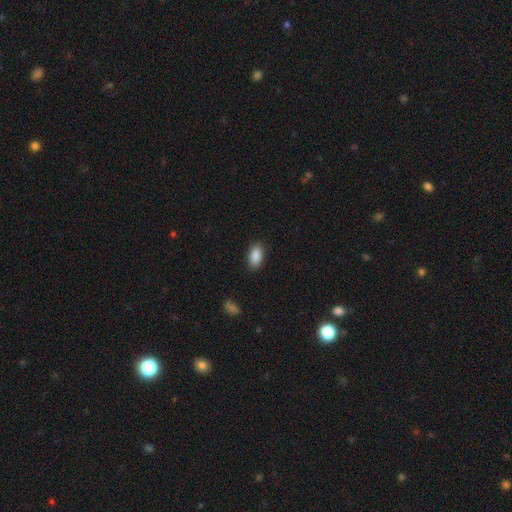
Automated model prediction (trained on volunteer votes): smooth_or_featured: smooth (p=0.89) [alt: star or artifact p=0.07]
how_rounded: in between (p=0.92) [alt: round p=0.04]
merging: none (p=0.87) [alt: minor disturbance p=0.09]